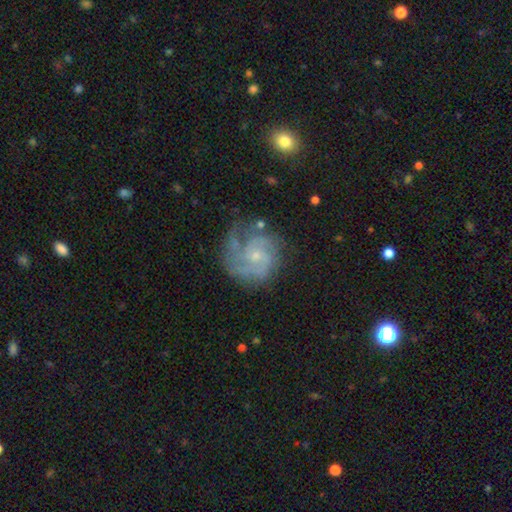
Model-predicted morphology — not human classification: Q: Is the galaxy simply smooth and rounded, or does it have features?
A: featured or disk — 83%.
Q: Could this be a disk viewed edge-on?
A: no — 98%.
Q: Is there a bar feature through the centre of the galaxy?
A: no — 70%.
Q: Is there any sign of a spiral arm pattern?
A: yes — 95%.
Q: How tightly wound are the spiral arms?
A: tight — 52%.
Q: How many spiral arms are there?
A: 2 — 36%.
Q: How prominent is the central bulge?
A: small — 75%.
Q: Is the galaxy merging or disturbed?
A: none — 62%.